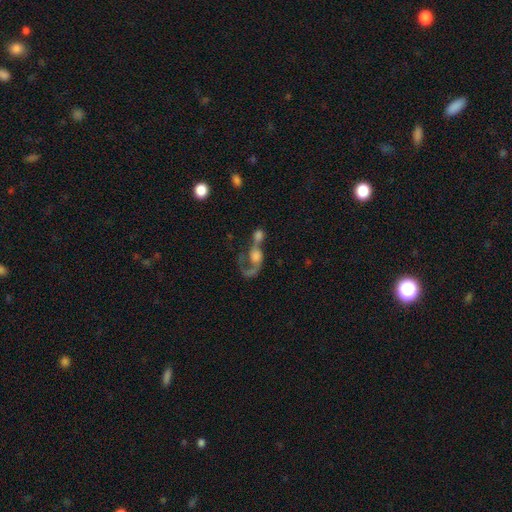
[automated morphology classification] Smooth or featured? Predicted: featured or disk (p=0.53). Edge-on disk? Predicted: no (p=0.94). Bar? Predicted: no (p=0.78). Spiral arms? Predicted: yes (p=0.63). Bulge size? Predicted: large (p=0.32). Merging? Predicted: merger (p=0.66).